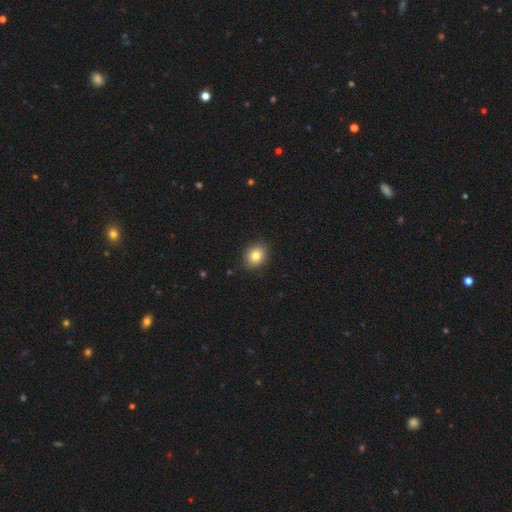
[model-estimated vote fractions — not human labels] smooth-or-featured: smooth: 82% | star or artifact: 10% | featured or disk: 8%
  how-rounded: round: 63% | in between: 36% | cigar-shaped: 1%
  merging: none: 89% | minor disturbance: 8% | major disturbance: 2% | merger: 1%